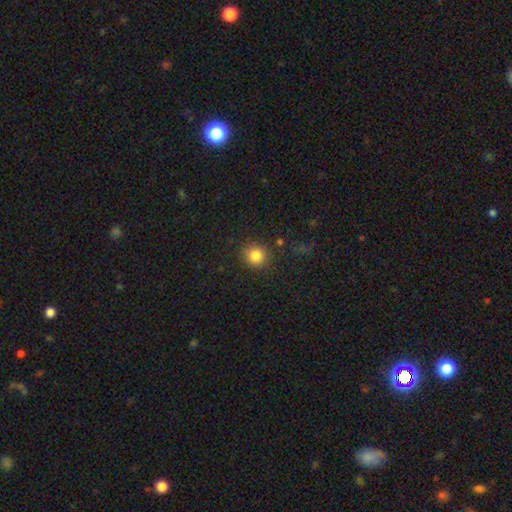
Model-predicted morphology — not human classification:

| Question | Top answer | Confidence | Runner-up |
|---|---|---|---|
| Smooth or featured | smooth | 84% | star or artifact (11%) |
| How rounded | round | 88% | in between (11%) |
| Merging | none | 87% | minor disturbance (8%) |